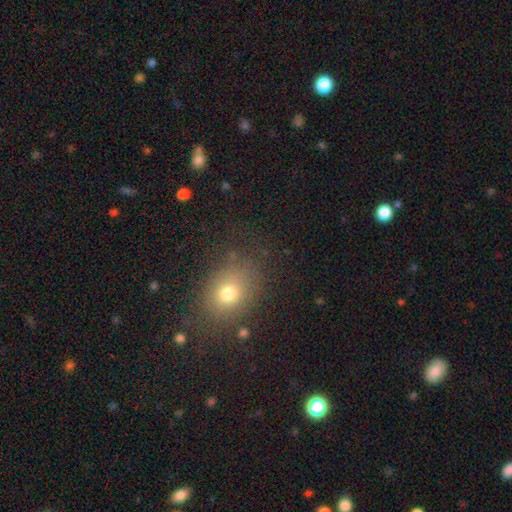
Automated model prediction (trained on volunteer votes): A smooth galaxy with no disk features (67%) that is round (51%).

Vote fractions:
- Smooth or featured? smooth: 67% / star or artifact: 23% / featured or disk: 10%
- How rounded? round: 51% / in between: 48% / cigar-shaped: 1%
- Merging? none: 83% / minor disturbance: 11% / major disturbance: 4% / merger: 2%